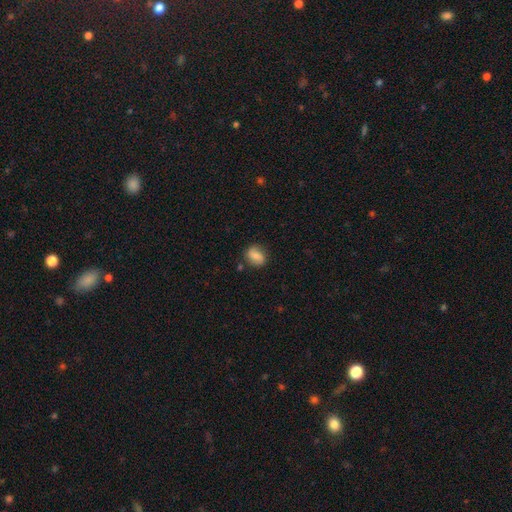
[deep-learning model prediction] Smooth or featured? smooth (79%)
How rounded? in between (62%)
Merging? none (76%)